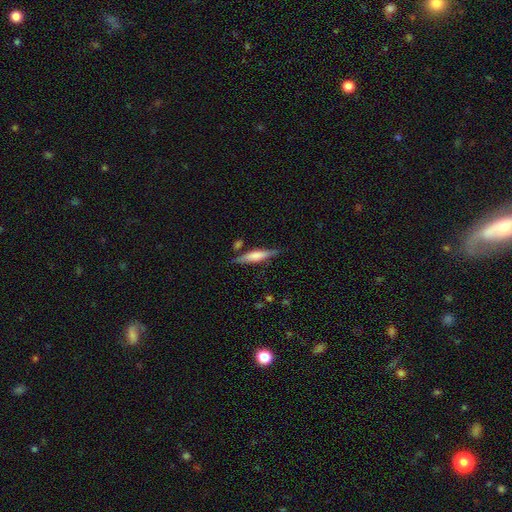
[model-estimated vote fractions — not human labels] smooth_or_featured: featured or disk (p=0.48) [alt: smooth p=0.46]
merging: none (p=0.77) [alt: minor disturbance p=0.14]